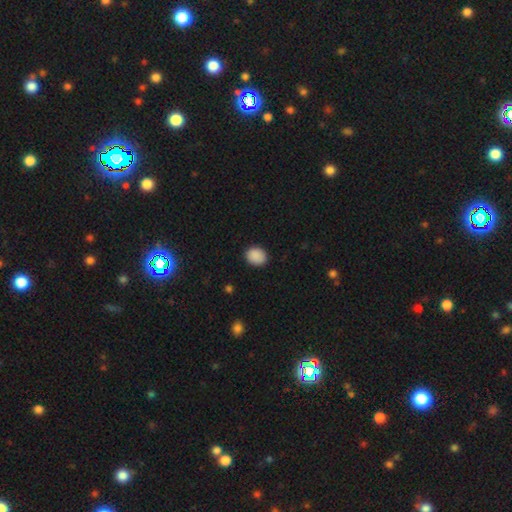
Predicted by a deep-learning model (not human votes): A smooth galaxy with no disk features (90%) that is round (60%).

Vote fractions:
- Smooth or featured? smooth: 90% / star or artifact: 8% / featured or disk: 3%
- How rounded? round: 60% / in between: 39% / cigar-shaped: 1%
- Merging? none: 89% / minor disturbance: 8% / major disturbance: 2% / merger: 1%